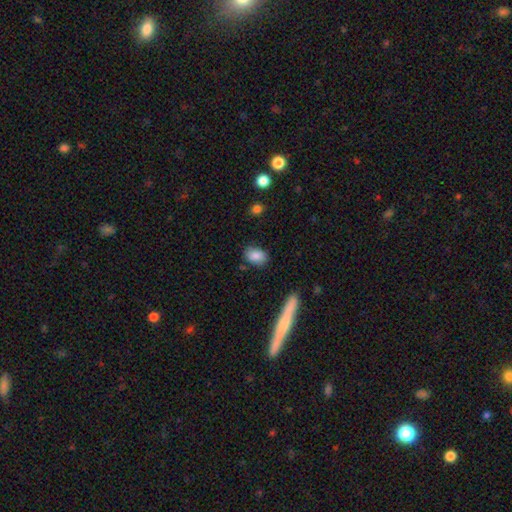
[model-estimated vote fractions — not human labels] This appears to be a smooth galaxy with no disk features (86%) that is in between round and cigar-shaped (82%). Merging: none (81%).